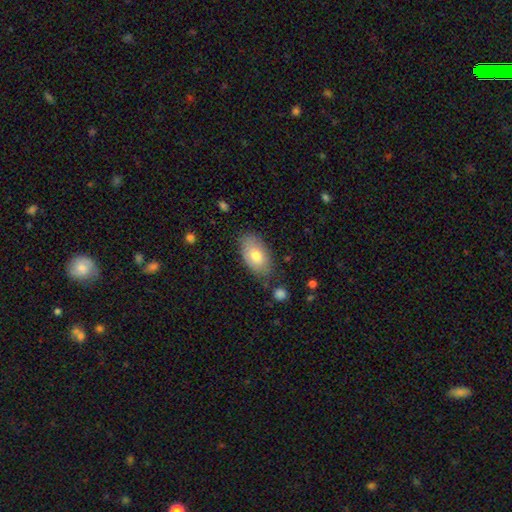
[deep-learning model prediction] This appears to be a smooth galaxy with no disk features (72%) that is in between round and cigar-shaped (92%). Merging: none (73%).